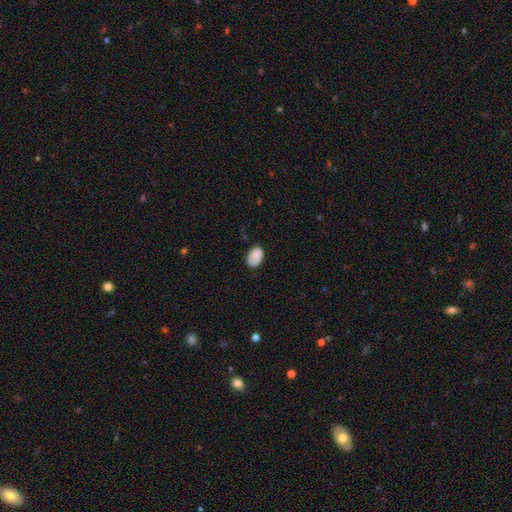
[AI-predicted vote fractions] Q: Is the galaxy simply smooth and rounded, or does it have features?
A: smooth — 84%.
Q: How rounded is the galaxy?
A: in between — 85%.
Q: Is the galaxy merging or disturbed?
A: none — 71%.